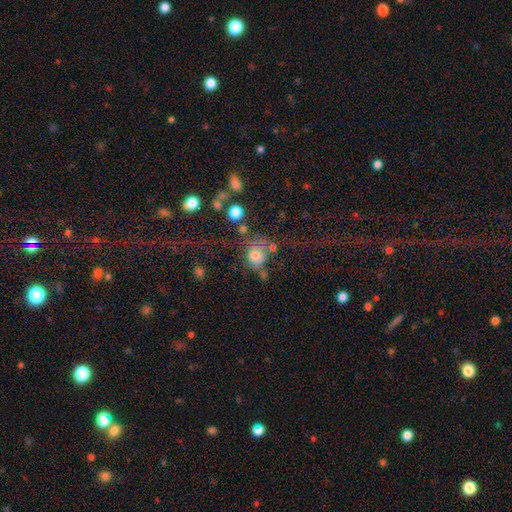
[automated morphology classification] The model was most divided on "merging": none: 43%, major disturbance: 20%, minor disturbance: 20%, merger: 17%. More confident: how rounded — round (77%); smooth or featured — smooth (68%).